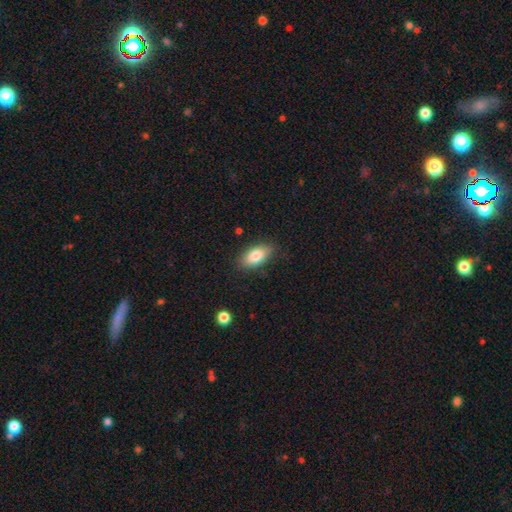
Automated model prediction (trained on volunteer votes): This is clearly a smooth galaxy (81%). How rounded: clearly in between (88%). Merging: clearly none (83%).